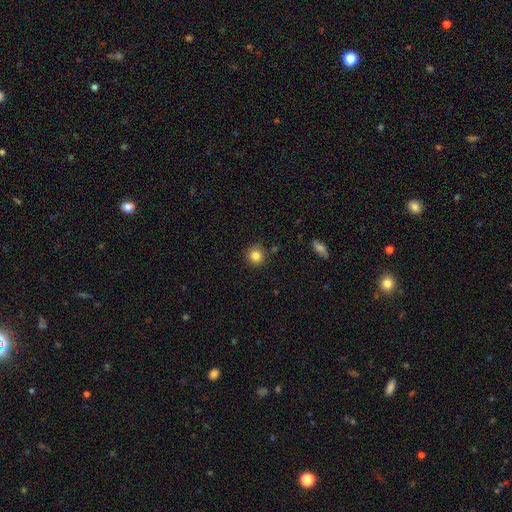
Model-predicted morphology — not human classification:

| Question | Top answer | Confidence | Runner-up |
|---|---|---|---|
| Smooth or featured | smooth | 84% | star or artifact (10%) |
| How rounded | round | 92% | in between (7%) |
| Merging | none | 88% | minor disturbance (8%) |